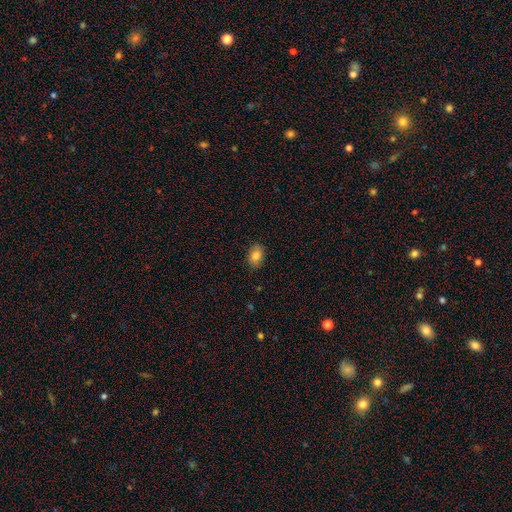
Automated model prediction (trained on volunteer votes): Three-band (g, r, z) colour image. It shows a smooth galaxy with no disk features (83%) that is in between round and cigar-shaped (80%). Merging: none (87%).